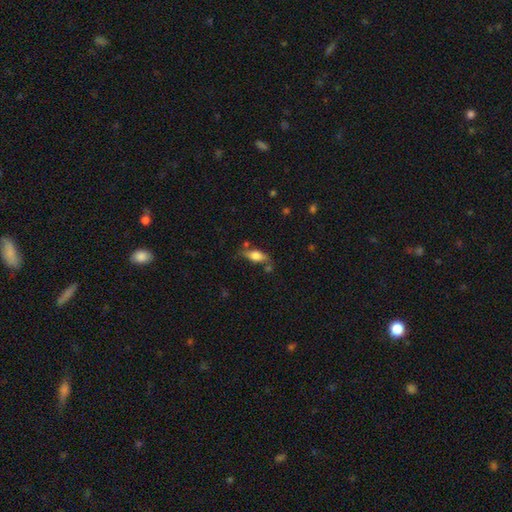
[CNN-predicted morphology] Smooth or featured?
  - smooth: 72% *
  - featured or disk: 20%
  - star or artifact: 8%
How rounded?
  - in between: 80% *
  - cigar-shaped: 16%
  - round: 4%
Merging?
  - none: 60% *
  - minor disturbance: 22%
  - merger: 11%
  - major disturbance: 7%